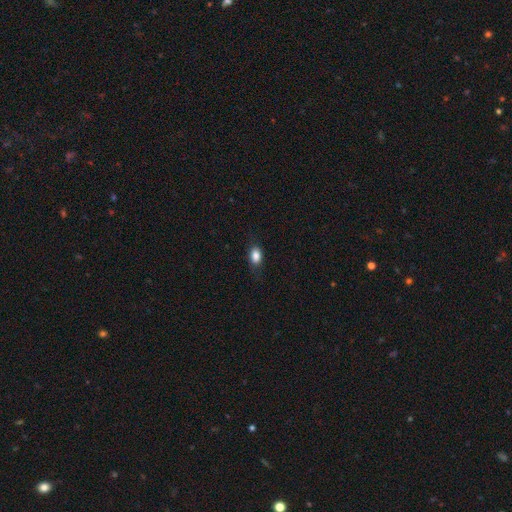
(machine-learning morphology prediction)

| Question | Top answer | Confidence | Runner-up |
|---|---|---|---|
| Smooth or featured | smooth | 84% | star or artifact (9%) |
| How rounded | in between | 80% | round (17%) |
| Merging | none | 78% | minor disturbance (17%) |